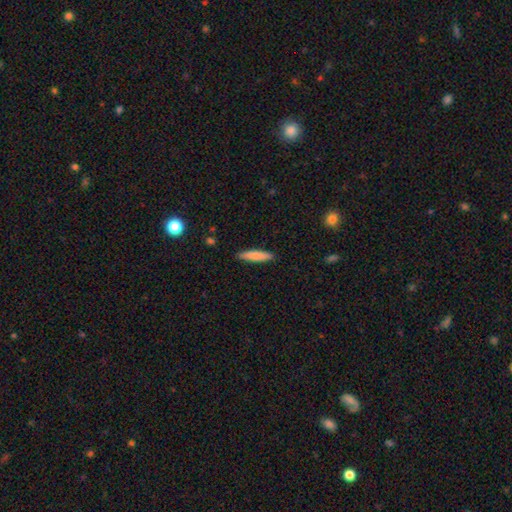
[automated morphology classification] Q: Smooth or featured?
A: smooth (82%); runner-up: featured or disk (13%)
Q: How rounded?
A: cigar-shaped (84%); runner-up: in between (14%)
Q: Merging?
A: none (89%); runner-up: minor disturbance (8%)